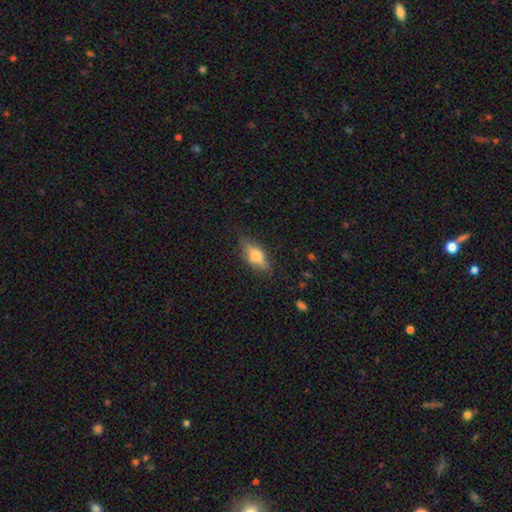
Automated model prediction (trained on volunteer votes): Smooth or featured? Predicted: smooth (p=0.53). How rounded? Predicted: in between (p=0.69). Merging? Predicted: none (p=0.80).